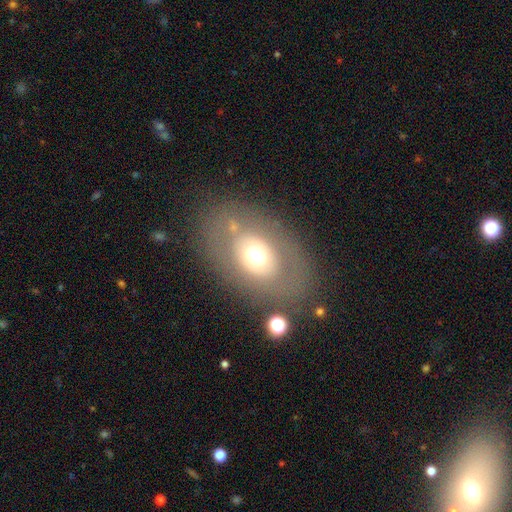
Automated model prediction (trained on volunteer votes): A smooth galaxy with no disk features (57%) that is in between round and cigar-shaped (77%).

Vote fractions:
- Smooth or featured? smooth: 57% / featured or disk: 31% / star or artifact: 12%
- How rounded? in between: 77% / round: 21% / cigar-shaped: 1%
- Merging? none: 75% / minor disturbance: 12% / major disturbance: 9% / merger: 4%